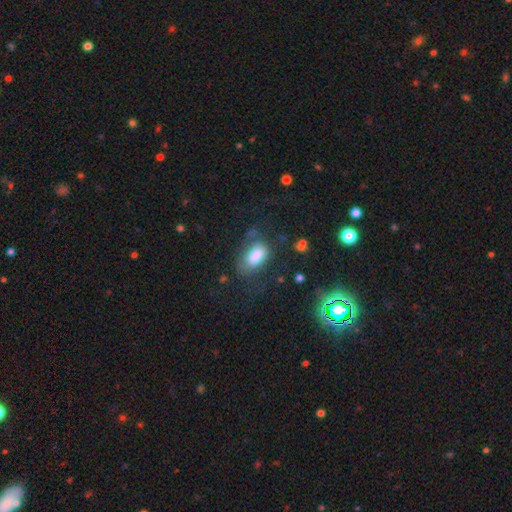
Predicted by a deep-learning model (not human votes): A smooth galaxy with no disk features (75%) that is in between round and cigar-shaped (90%). Merging: none (56%).